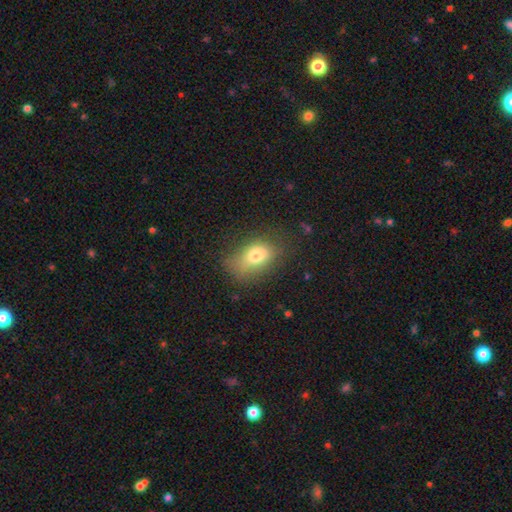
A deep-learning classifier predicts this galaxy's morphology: smooth-or-featured: smooth: 74% | featured or disk: 15% | star or artifact: 11%
  how-rounded: in between: 83% | round: 15% | cigar-shaped: 2%
  merging: none: 53% | minor disturbance: 28% | major disturbance: 16% | merger: 2%